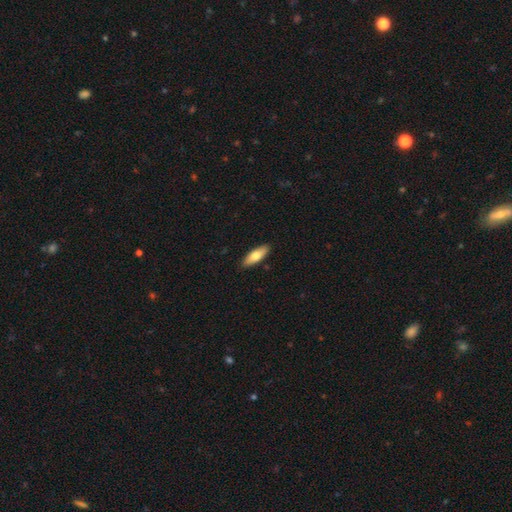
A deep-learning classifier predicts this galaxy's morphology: smooth_or_featured: smooth (p=0.72) [alt: featured or disk p=0.23]
how_rounded: in between (p=0.61) [alt: cigar-shaped p=0.36]
merging: none (p=0.90) [alt: minor disturbance p=0.08]